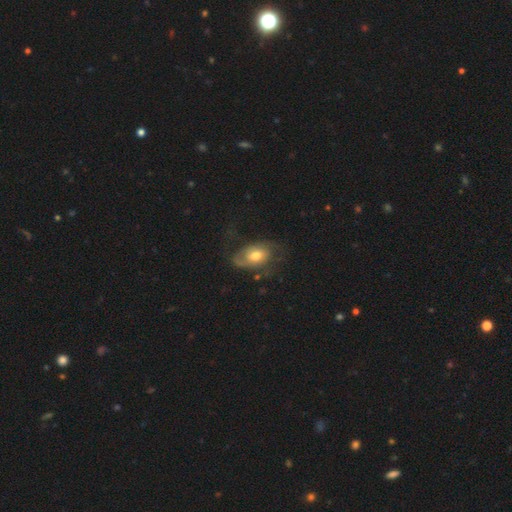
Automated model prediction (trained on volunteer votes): Morphology: type=featured or disk (51%); edge-on=no (94%); merging=none (51%).